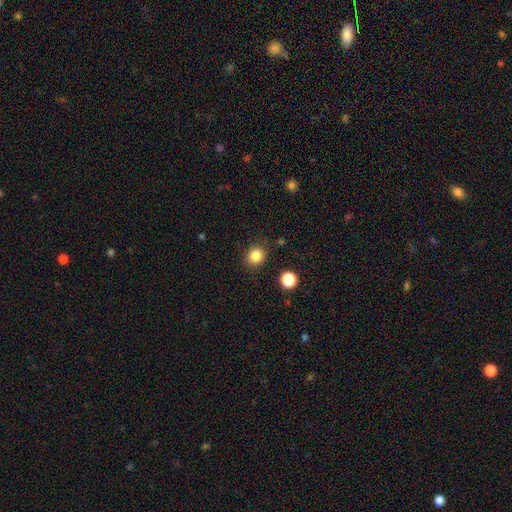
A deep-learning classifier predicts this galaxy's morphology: Smooth or featured? Predicted: smooth (p=0.83). How rounded? Predicted: round (p=0.78). Merging? Predicted: none (p=0.86).